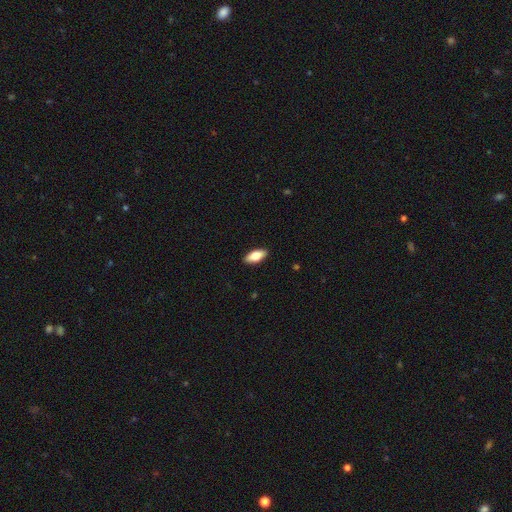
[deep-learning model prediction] Morphology: type=smooth (73%); roundness=in between (82%); merging=none (90%).